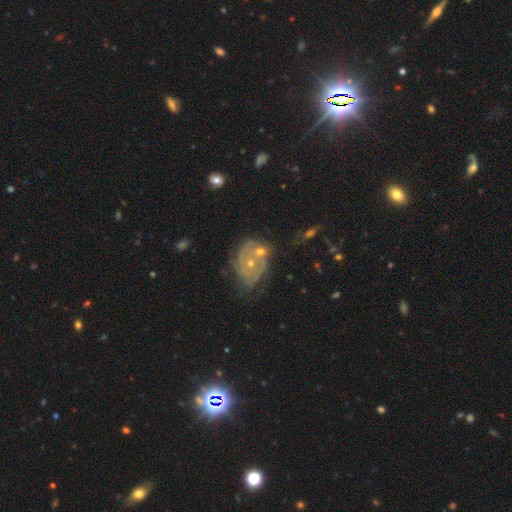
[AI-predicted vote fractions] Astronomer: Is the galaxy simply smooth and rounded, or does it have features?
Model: featured or disk — 79%.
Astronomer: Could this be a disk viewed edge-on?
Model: no — 97%.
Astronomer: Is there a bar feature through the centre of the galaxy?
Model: no — 76%.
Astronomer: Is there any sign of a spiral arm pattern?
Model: yes — 89%.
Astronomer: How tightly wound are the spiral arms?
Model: tight — 61%.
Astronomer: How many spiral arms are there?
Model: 2 — 38% (runner-up: can't tell, 27%).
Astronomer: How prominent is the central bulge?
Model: small — 60% (runner-up: moderate, 36%).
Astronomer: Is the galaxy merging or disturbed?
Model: none — 52%.